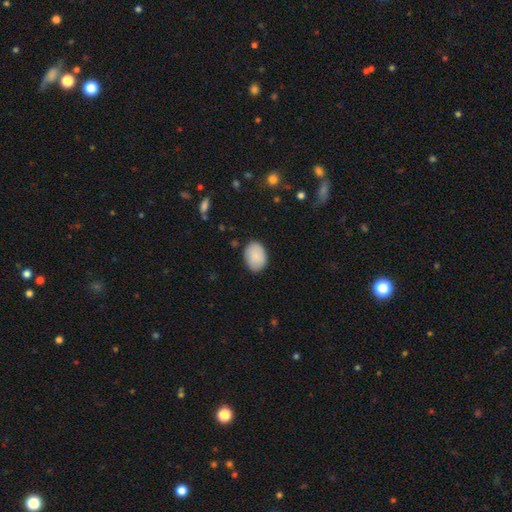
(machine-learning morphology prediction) Smooth or featured?
  - smooth: 89% *
  - star or artifact: 6%
  - featured or disk: 4%
How rounded?
  - in between: 76% *
  - round: 23%
  - cigar-shaped: 1%
Merging?
  - none: 84% *
  - minor disturbance: 12%
  - major disturbance: 2%
  - merger: 1%